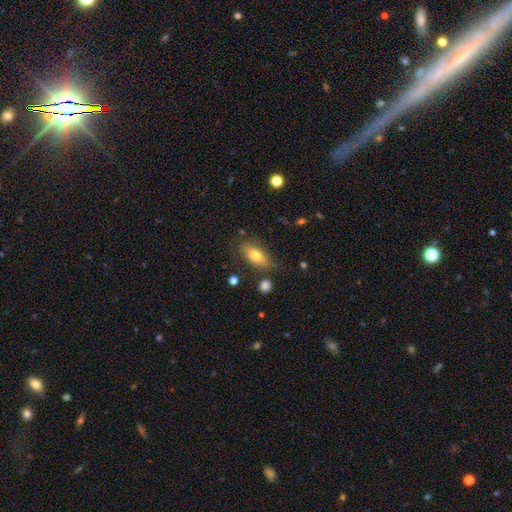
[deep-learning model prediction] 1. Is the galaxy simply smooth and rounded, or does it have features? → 71% smooth, 22% featured or disk, 8% star or artifact.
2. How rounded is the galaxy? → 81% in between, 14% cigar-shaped, 5% round.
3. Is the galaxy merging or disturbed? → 73% none, 18% minor disturbance, 5% major disturbance, 4% merger.